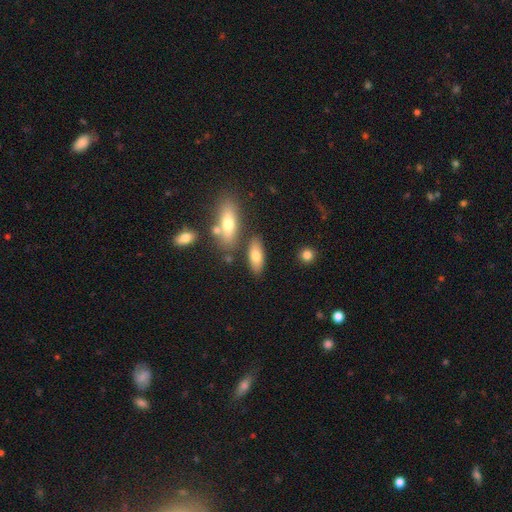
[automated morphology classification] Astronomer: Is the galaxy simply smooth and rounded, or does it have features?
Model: smooth — 75%.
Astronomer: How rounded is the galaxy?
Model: in between — 78%.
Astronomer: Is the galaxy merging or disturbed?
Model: none — 74%.